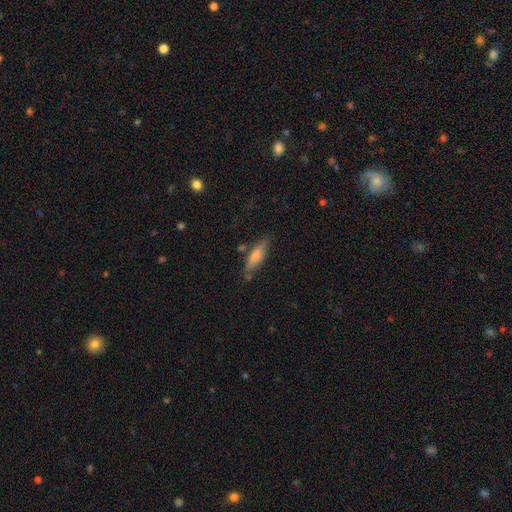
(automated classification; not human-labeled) A smooth galaxy with no disk features (65%) that is cigar-shaped (57%). Merging: none (71%).